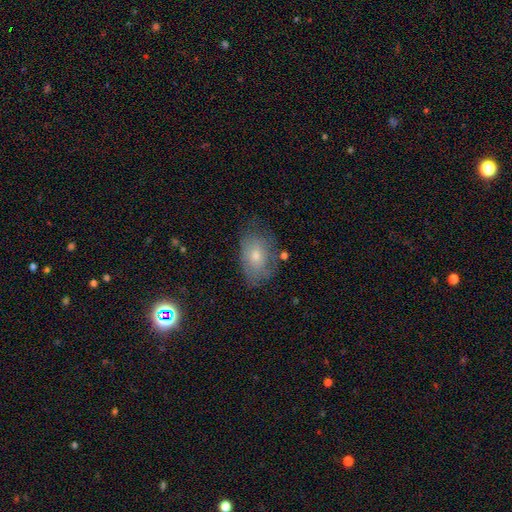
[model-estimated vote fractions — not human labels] smooth 54%, featured or disk 33%, star or artifact 13%. Down the decision tree: how rounded — in between (84%); merging — none (63%).